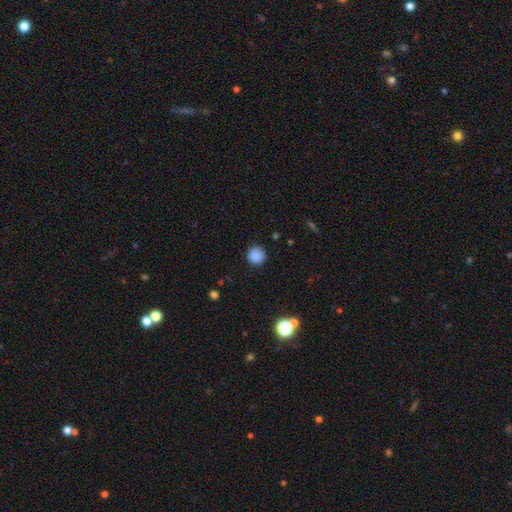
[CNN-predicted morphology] Smooth or featured? Predicted: smooth (p=0.86). How rounded? Predicted: round (p=0.94). Merging? Predicted: none (p=0.88).